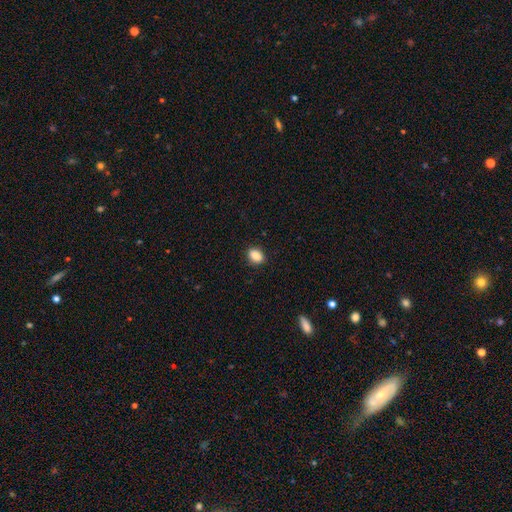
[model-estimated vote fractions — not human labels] Smooth or featured? smooth (89%)
How rounded? in between (73%)
Merging? none (89%)